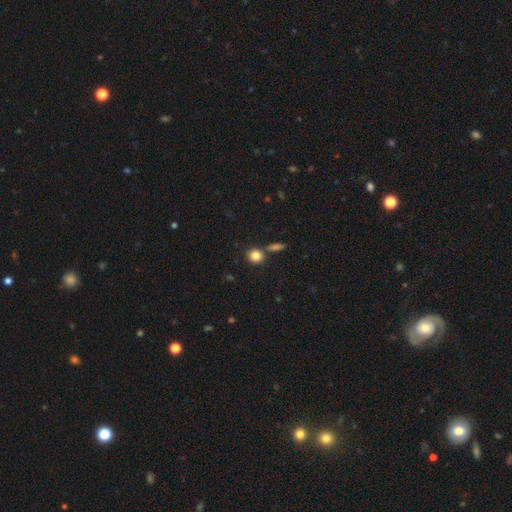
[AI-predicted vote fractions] This is clearly a smooth galaxy (83%). How rounded: clearly round (83%). Merging: likely none (72%).